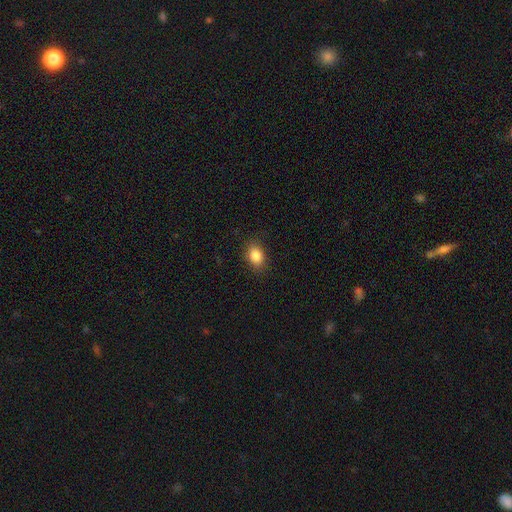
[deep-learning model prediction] Overall: smooth (86%). How rounded: in between (72%). Merging: none (87%).